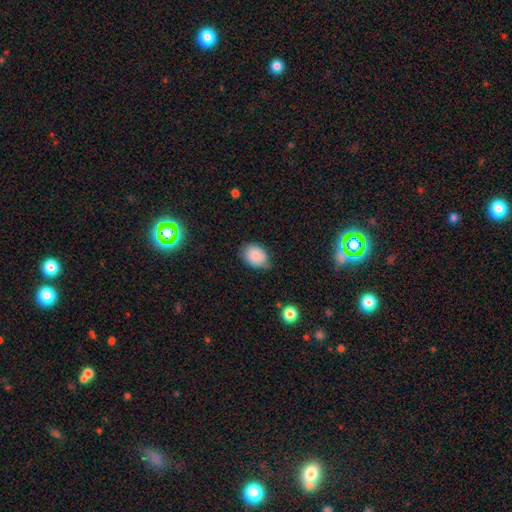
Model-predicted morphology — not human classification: Q: Smooth or featured?
A: smooth (83%); runner-up: featured or disk (8%)
Q: How rounded?
A: in between (60%); runner-up: round (39%)
Q: Merging?
A: none (63%); runner-up: minor disturbance (30%)